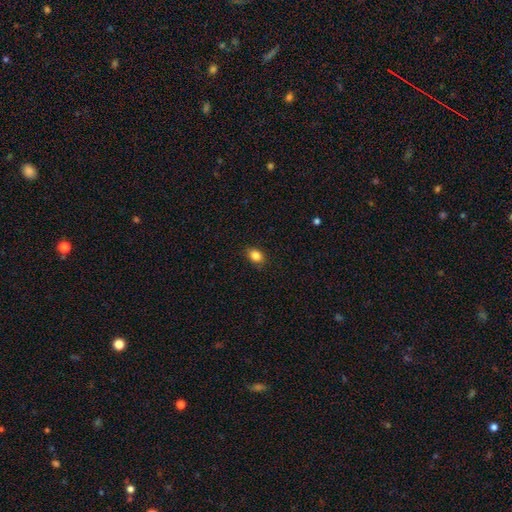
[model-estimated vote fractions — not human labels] smooth_or_featured: smooth (p=0.85) [alt: star or artifact p=0.10]
how_rounded: in between (p=0.69) [alt: round p=0.30]
merging: none (p=0.87) [alt: minor disturbance p=0.10]